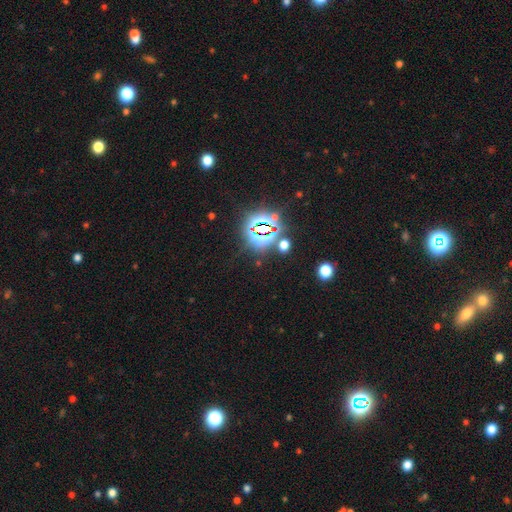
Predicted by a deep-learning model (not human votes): Q: Smooth or featured?
A: star or artifact (80%); runner-up: smooth (13%)